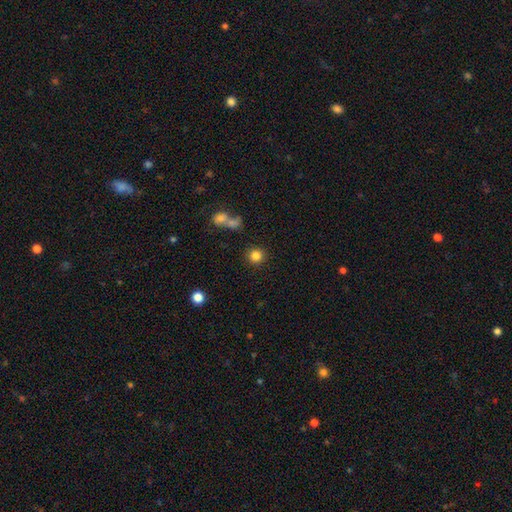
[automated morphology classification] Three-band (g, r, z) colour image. It shows a smooth galaxy with no disk features (83%) that is round (92%). Merging: none (86%).